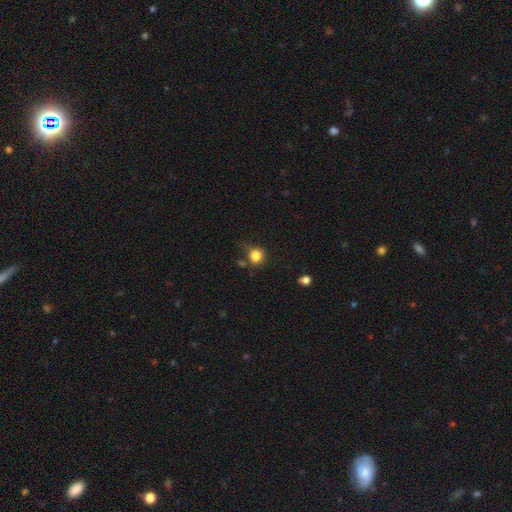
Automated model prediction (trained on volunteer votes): Morphology: type=smooth (83%); roundness=round (85%); merging=none (66%).